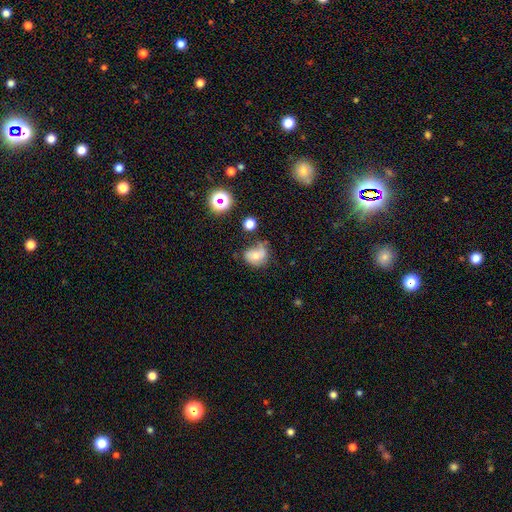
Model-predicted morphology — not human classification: Smooth or featured?
  - smooth: 52% *
  - featured or disk: 34%
  - star or artifact: 14%
How rounded?
  - round: 50% *
  - in between: 49%
  - cigar-shaped: 1%
Merging?
  - none: 40% *
  - minor disturbance: 33%
  - major disturbance: 19%
  - merger: 8%